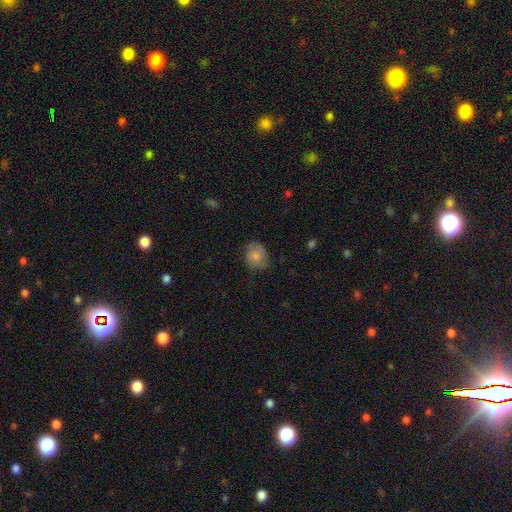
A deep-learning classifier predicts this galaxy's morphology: Q: Smooth or featured?
A: smooth (76%); runner-up: featured or disk (16%)
Q: How rounded?
A: round (63%); runner-up: in between (36%)
Q: Merging?
A: none (70%); runner-up: minor disturbance (23%)